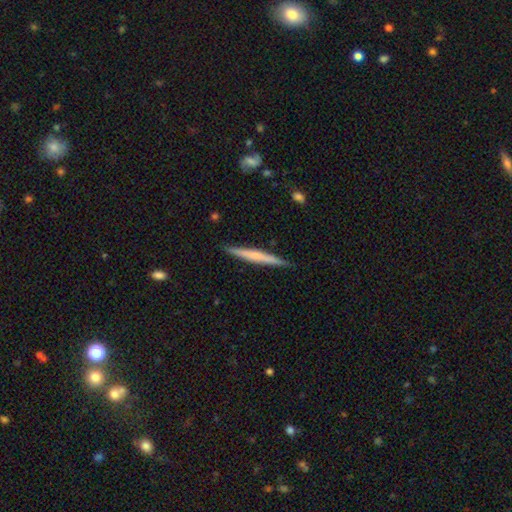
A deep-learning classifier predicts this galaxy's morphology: The model was most divided on "smooth or featured": featured or disk: 50%, smooth: 44%, star or artifact: 5%. More confident: edge-on disk — yes (97%); merging — none (90%).